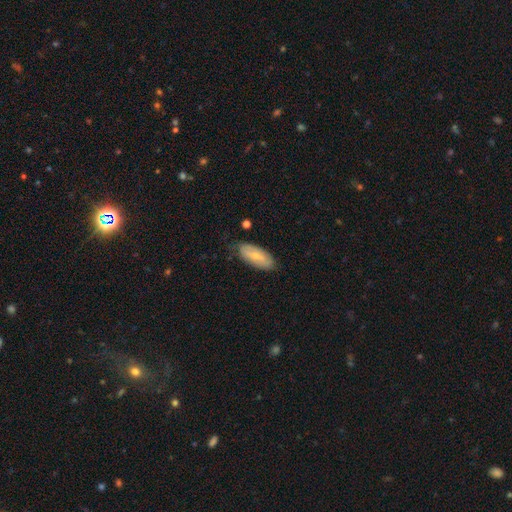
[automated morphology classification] Smooth or featured?
  - smooth: 53% *
  - featured or disk: 41%
  - star or artifact: 6%
How rounded?
  - in between: 85% *
  - cigar-shaped: 12%
  - round: 3%
Merging?
  - none: 77% *
  - minor disturbance: 18%
  - major disturbance: 4%
  - merger: 1%